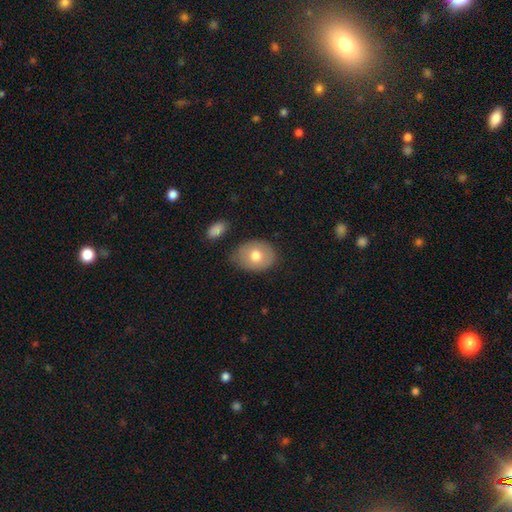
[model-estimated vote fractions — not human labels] The model was most divided on "how rounded": in between: 58%, round: 42%, cigar-shaped: 1%. More confident: merging — none (71%); smooth or featured — smooth (71%).